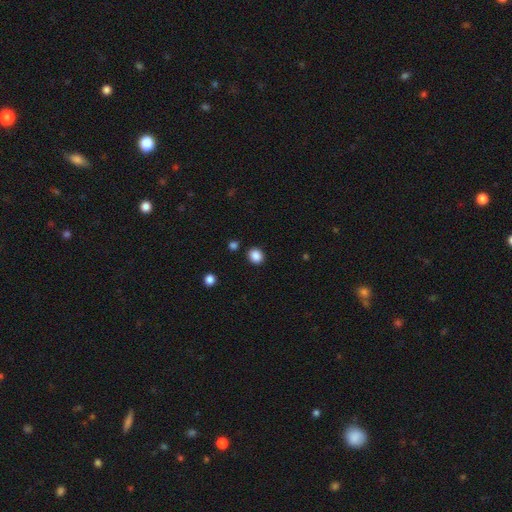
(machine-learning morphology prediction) Overall: smooth (87%). How rounded: round (71%). Merging: none (88%).